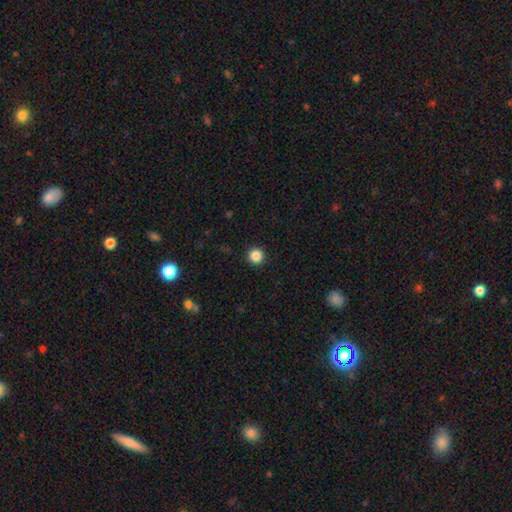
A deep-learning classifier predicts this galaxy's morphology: Overall: smooth (86%). How rounded: round (96%). Merging: none (93%).